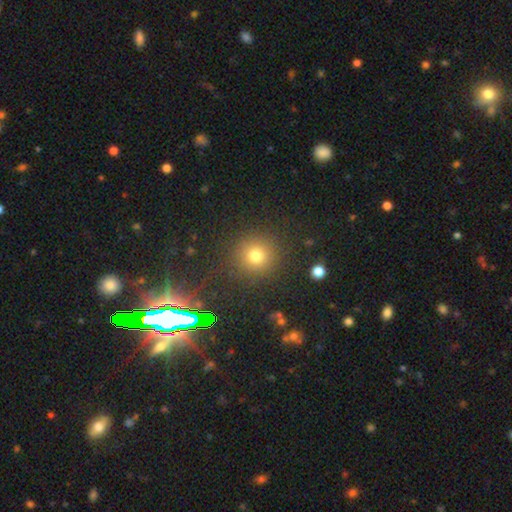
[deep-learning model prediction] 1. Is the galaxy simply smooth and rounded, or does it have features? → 74% smooth, 19% star or artifact, 7% featured or disk.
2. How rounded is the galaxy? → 93% round, 6% in between, 1% cigar-shaped.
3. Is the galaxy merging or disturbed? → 88% none, 6% minor disturbance, 3% major disturbance, 2% merger.